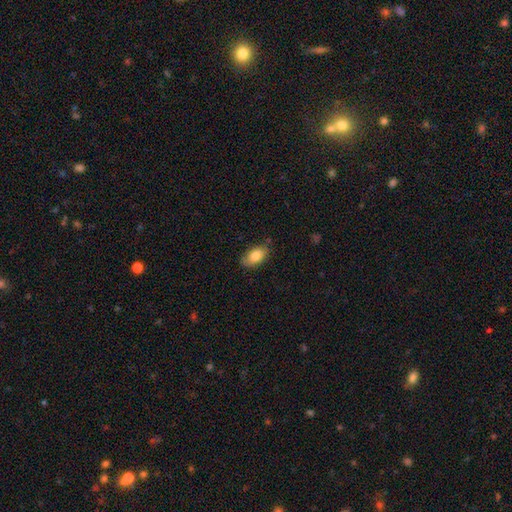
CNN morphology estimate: A smooth galaxy with no disk features (84%) that is in between round and cigar-shaped (92%).

Vote fractions:
- Smooth or featured? smooth: 84% / featured or disk: 9% / star or artifact: 7%
- How rounded? in between: 92% / round: 5% / cigar-shaped: 3%
- Merging? none: 77% / minor disturbance: 18% / major disturbance: 3% / merger: 2%